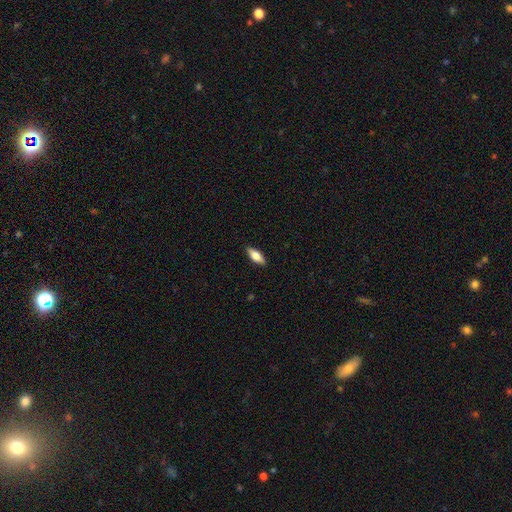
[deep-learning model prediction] smooth_or_featured: smooth (p=0.68) [alt: featured or disk p=0.26]
how_rounded: in between (p=0.70) [alt: cigar-shaped p=0.27]
merging: none (p=0.89) [alt: minor disturbance p=0.09]